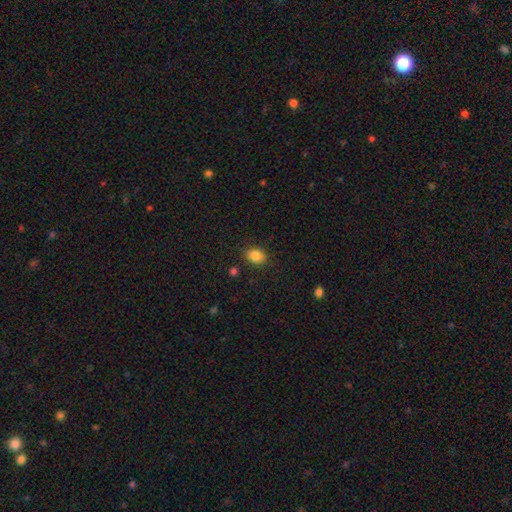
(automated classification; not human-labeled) Q: Smooth or featured?
A: smooth (85%); runner-up: star or artifact (10%)
Q: How rounded?
A: in between (66%); runner-up: round (33%)
Q: Merging?
A: none (86%); runner-up: minor disturbance (10%)